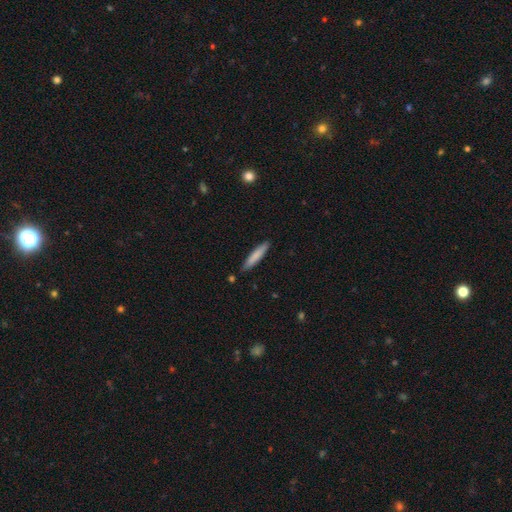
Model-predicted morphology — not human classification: A smooth galaxy with no disk features (80%) that is cigar-shaped (89%).

Vote fractions:
- Smooth or featured? smooth: 80% / featured or disk: 15% / star or artifact: 5%
- How rounded? cigar-shaped: 89% / in between: 10% / round: 1%
- Merging? none: 88% / minor disturbance: 9% / merger: 2% / major disturbance: 2%